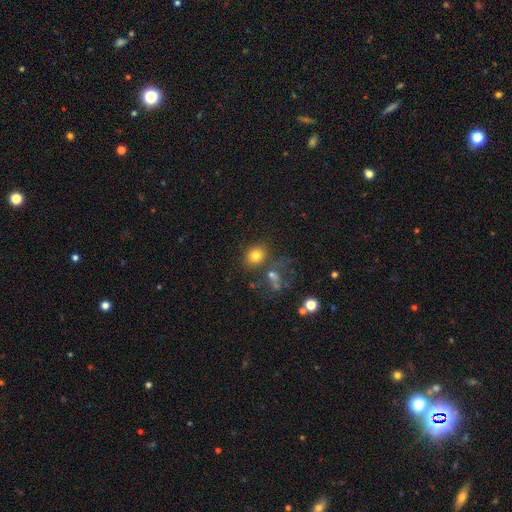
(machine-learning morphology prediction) A smooth galaxy with no disk features (77%) that is round (71%). Merging: none (67%).